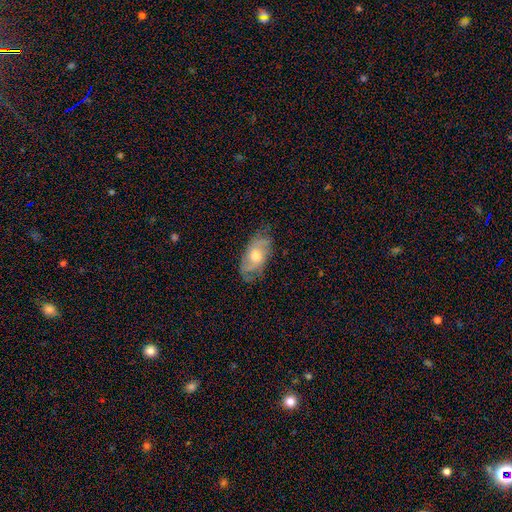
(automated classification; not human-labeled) This is possibly a featured or disk galaxy (59%). It is clearly not viewed edge-on (89%). Bar: likely no (72%). Spiral arm pattern: likely yes (78%). Central bulge: likely moderate (69%). Merging: likely none (66%).